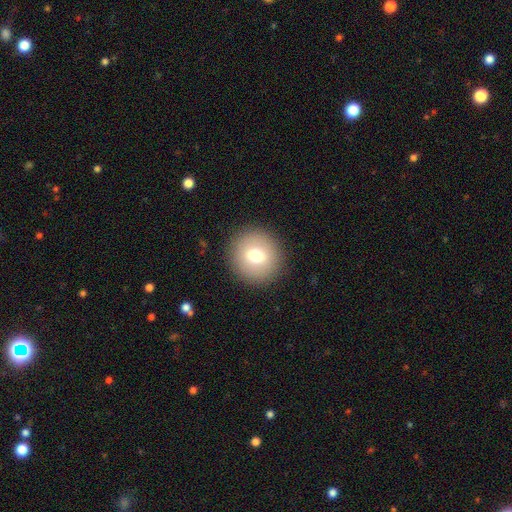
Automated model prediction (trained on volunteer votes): This is likely a smooth galaxy (72%). How rounded: clearly round (93%). Merging: clearly none (91%).